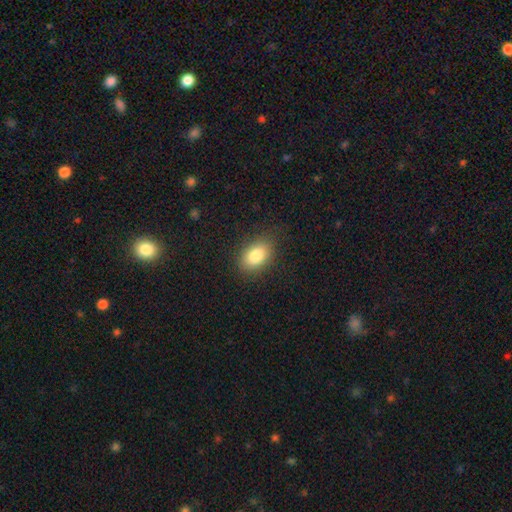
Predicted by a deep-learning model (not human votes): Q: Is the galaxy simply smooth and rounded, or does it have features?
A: smooth — 84%.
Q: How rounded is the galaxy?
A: in between — 82%.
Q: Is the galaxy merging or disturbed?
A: none — 83%.